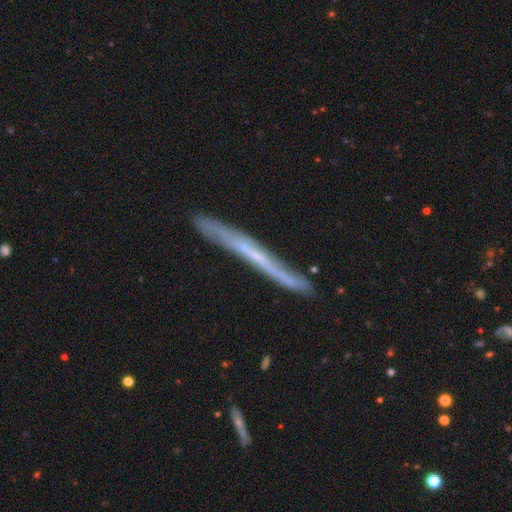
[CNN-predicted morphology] The model was most divided on "smooth or featured": featured or disk: 64%, smooth: 28%, star or artifact: 8%. More confident: edge-on disk — yes (91%); edge-on bulge — none (82%); merging — none (81%).